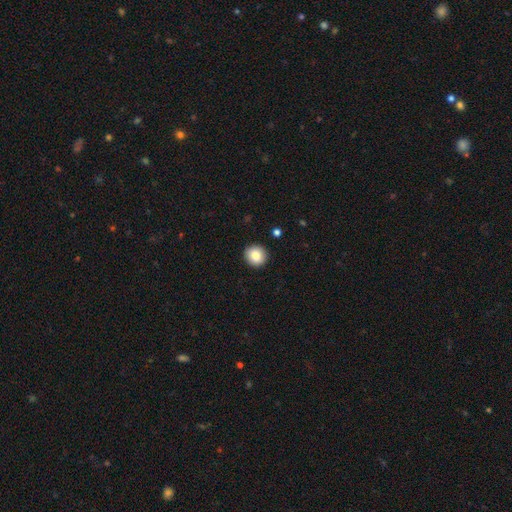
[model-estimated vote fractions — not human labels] smooth-or-featured: smooth: 84% | star or artifact: 8% | featured or disk: 7%
  how-rounded: round: 91% | in between: 8% | cigar-shaped: 1%
  merging: none: 92% | minor disturbance: 5% | major disturbance: 2% | merger: 1%